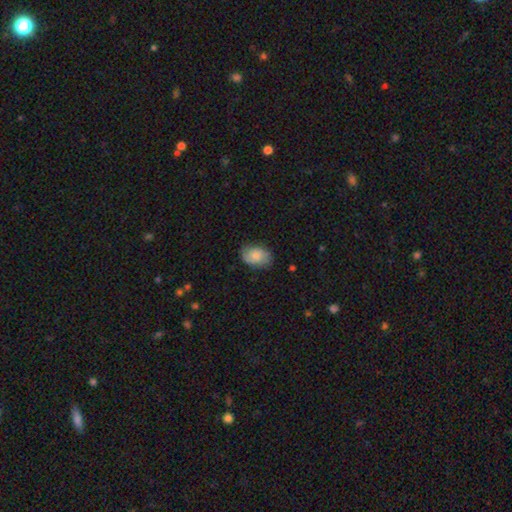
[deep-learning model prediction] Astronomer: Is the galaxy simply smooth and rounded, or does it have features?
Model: smooth — 74%.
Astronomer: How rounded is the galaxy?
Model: in between — 83%.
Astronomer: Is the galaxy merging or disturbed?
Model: none — 76%.